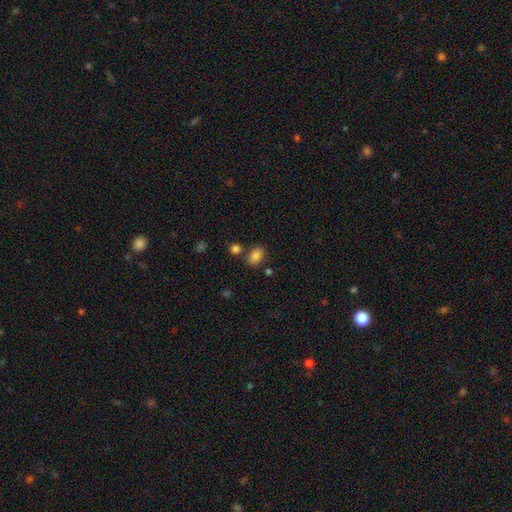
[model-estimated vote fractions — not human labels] Smooth or featured: smooth — 85% (star or artifact — 10%)
How rounded: in between — 84% (round — 15%)
Merging: none — 74% (minor disturbance — 12%)